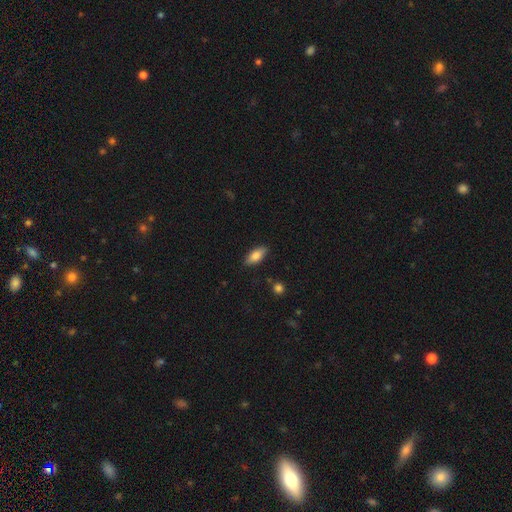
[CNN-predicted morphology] Smooth or featured?
  - smooth: 80% *
  - featured or disk: 13%
  - star or artifact: 7%
How rounded?
  - in between: 84% *
  - cigar-shaped: 13%
  - round: 2%
Merging?
  - none: 86% *
  - minor disturbance: 10%
  - major disturbance: 2%
  - merger: 1%